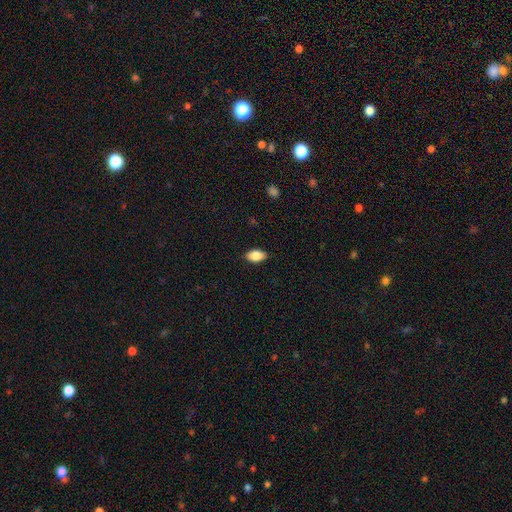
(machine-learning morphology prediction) type=smooth (82%); roundness=in between (90%); merging=none (86%).